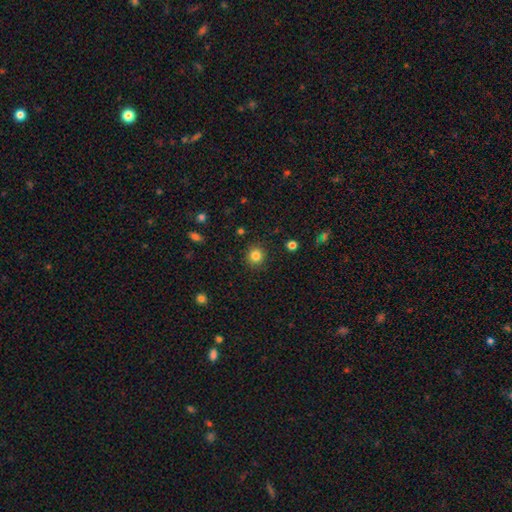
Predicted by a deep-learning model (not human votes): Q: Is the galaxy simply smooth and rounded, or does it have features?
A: smooth — 83%.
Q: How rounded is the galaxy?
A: round — 92%.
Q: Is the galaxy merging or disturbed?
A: none — 90%.